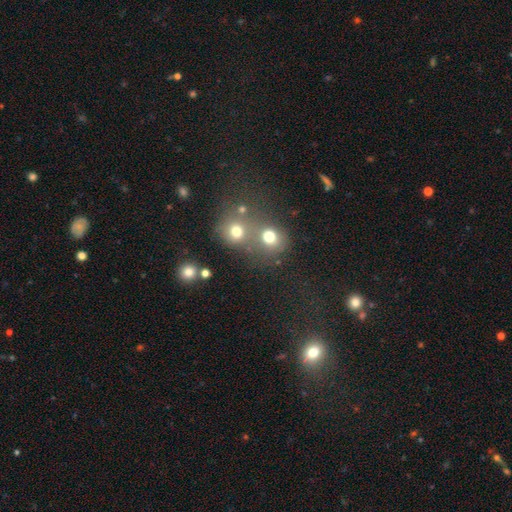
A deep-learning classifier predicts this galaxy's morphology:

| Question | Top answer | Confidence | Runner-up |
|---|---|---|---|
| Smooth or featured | smooth | 49% | star or artifact (39%) |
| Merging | none | 44% | merger (42%) |